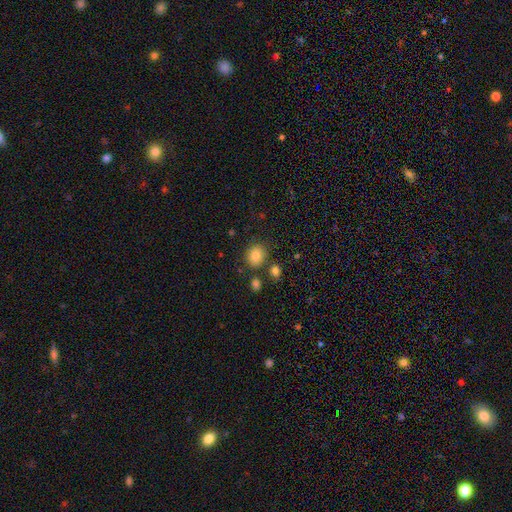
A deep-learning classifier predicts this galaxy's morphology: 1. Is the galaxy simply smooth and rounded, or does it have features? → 84% smooth, 10% star or artifact, 5% featured or disk.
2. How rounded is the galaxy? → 68% round, 31% in between, 1% cigar-shaped.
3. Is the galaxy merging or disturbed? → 79% none, 11% minor disturbance, 7% merger, 4% major disturbance.